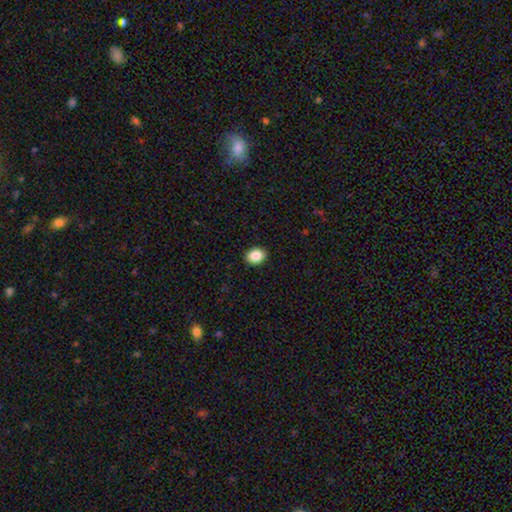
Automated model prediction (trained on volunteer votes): Smooth or featured? smooth (87%)
How rounded? in between (60%)
Merging? none (91%)